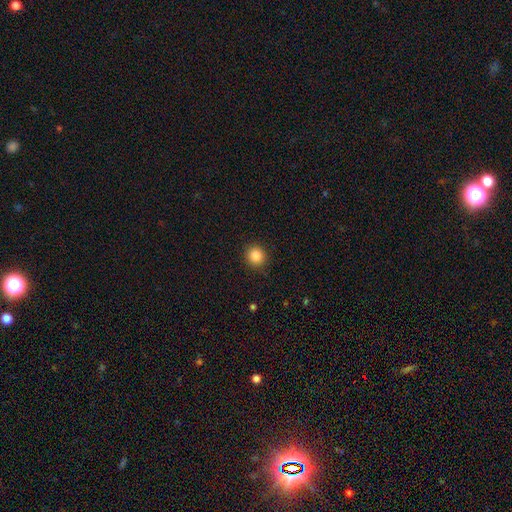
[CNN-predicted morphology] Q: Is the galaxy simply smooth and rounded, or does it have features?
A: smooth — 85%.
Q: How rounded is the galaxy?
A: round — 91%.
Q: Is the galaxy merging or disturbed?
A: none — 90%.